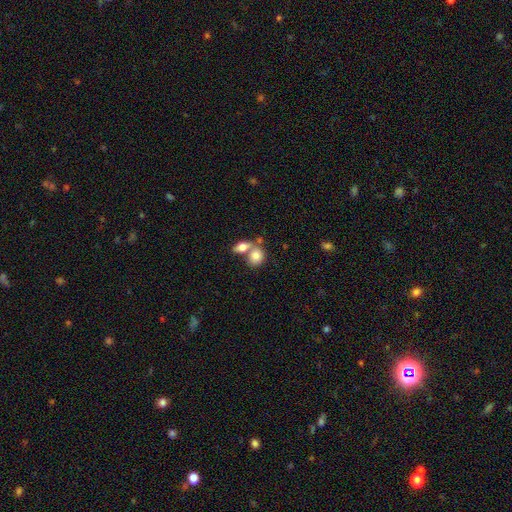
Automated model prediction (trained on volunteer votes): Smooth or featured? smooth (80%)
How rounded? in between (52%)
Merging? merger (59%)